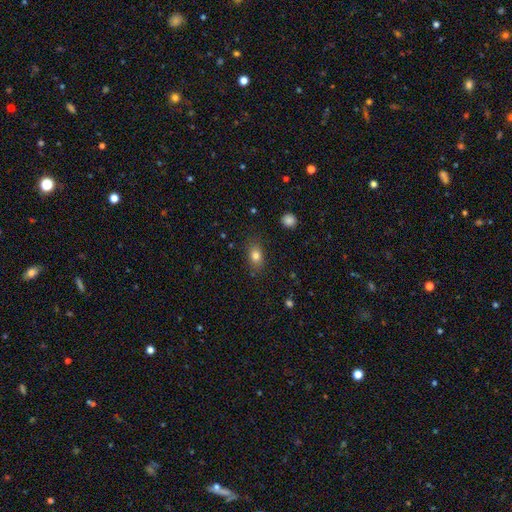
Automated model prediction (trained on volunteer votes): smooth_or_featured: smooth (p=0.81) [alt: star or artifact p=0.11]
how_rounded: in between (p=0.76) [alt: round p=0.21]
merging: none (p=0.83) [alt: minor disturbance p=0.12]